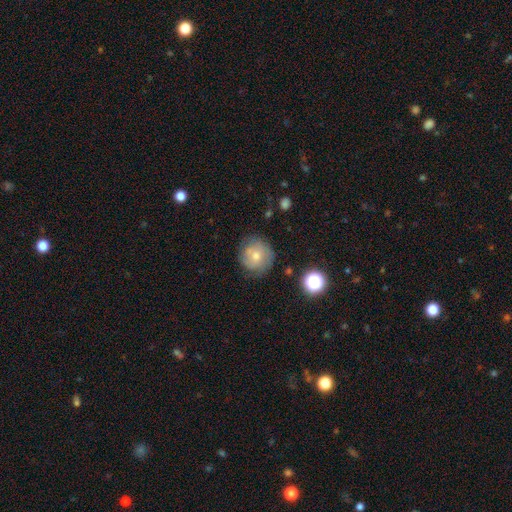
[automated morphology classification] The model was most divided on "smooth or featured": smooth: 65%, featured or disk: 25%, star or artifact: 10%. More confident: how rounded — round (92%); merging — none (71%).